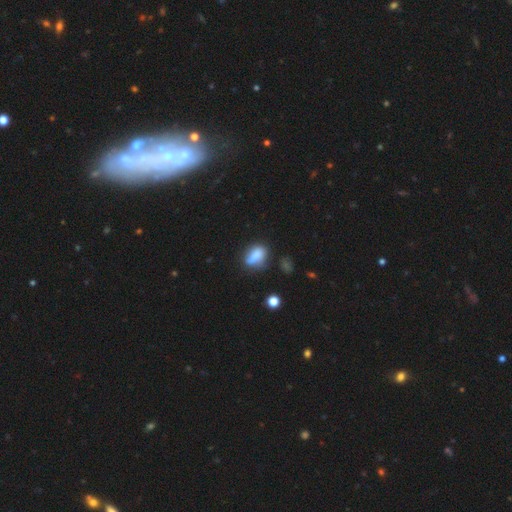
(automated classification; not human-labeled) Smooth or featured: smooth — 77% (featured or disk — 13%)
How rounded: in between — 76% (round — 12%)
Merging: none — 58% (minor disturbance — 28%)